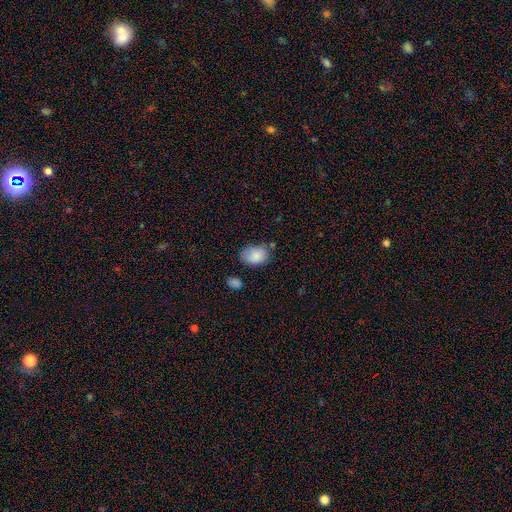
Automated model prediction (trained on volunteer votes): smooth-or-featured: smooth: 85% | featured or disk: 7% | star or artifact: 7%
  how-rounded: in between: 82% | round: 17% | cigar-shaped: 1%
  merging: none: 60% | minor disturbance: 27% | merger: 6% | major disturbance: 6%